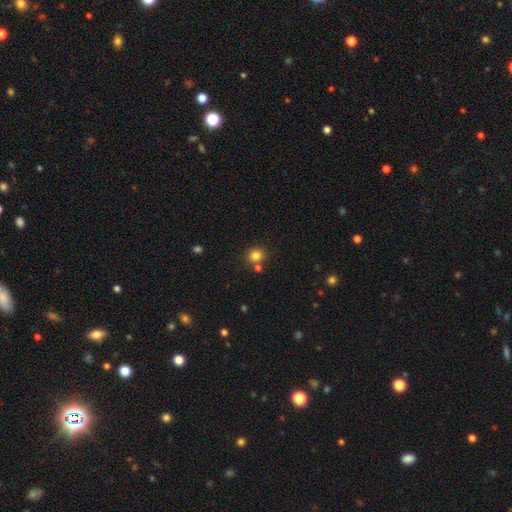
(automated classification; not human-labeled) This is clearly a smooth galaxy (82%). How rounded: clearly round (84%). Merging: likely none (73%).